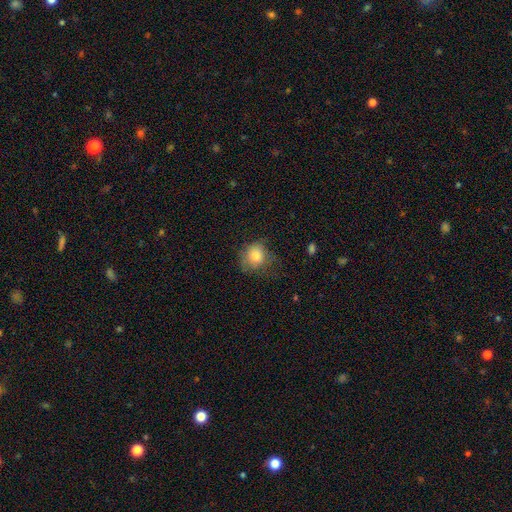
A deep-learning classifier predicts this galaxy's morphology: Overall: smooth (80%). How rounded: round (76%). Merging: none (55%; minor disturbance 29%).